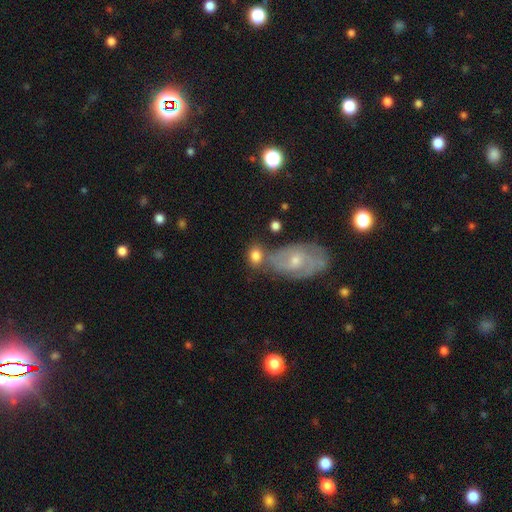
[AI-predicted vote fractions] This is likely a smooth galaxy (70%). How rounded: possibly in between (59%). Merging: possibly none (49%).